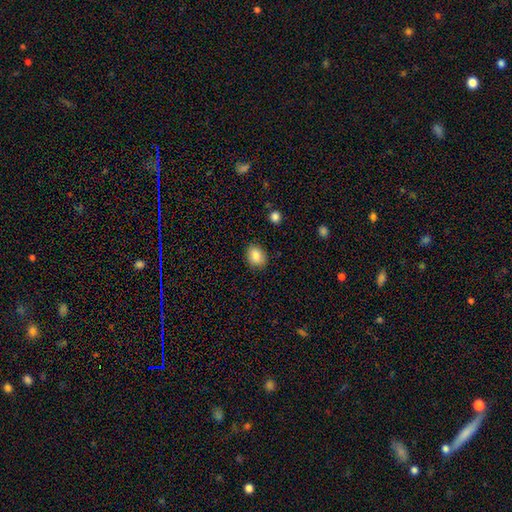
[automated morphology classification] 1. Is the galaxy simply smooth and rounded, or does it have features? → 85% smooth, 8% star or artifact, 7% featured or disk.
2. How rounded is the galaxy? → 58% in between, 41% round, 1% cigar-shaped.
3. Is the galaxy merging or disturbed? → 86% none, 11% minor disturbance, 2% major disturbance, 1% merger.